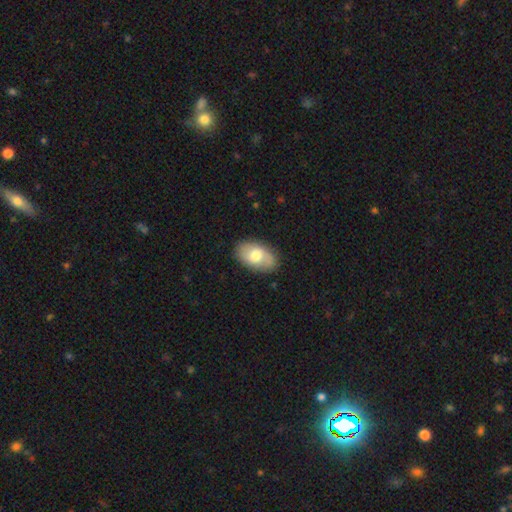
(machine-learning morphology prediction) Smooth or featured? smooth (64%)
How rounded? in between (92%)
Merging? none (82%)